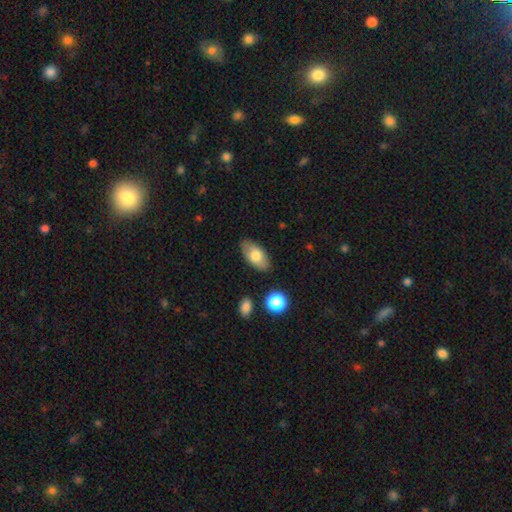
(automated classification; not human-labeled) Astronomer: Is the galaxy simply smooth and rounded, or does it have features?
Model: smooth — 76%.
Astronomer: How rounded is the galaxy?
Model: in between — 93%.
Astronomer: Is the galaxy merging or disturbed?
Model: none — 83%.